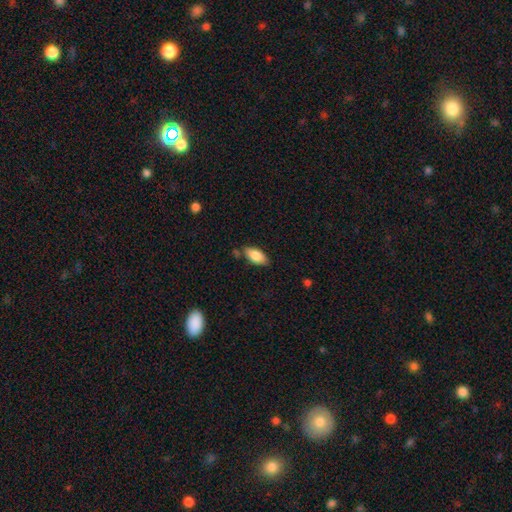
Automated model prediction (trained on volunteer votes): A smooth galaxy with no disk features (84%) that is in between round and cigar-shaped (90%). Merging: none (74%).